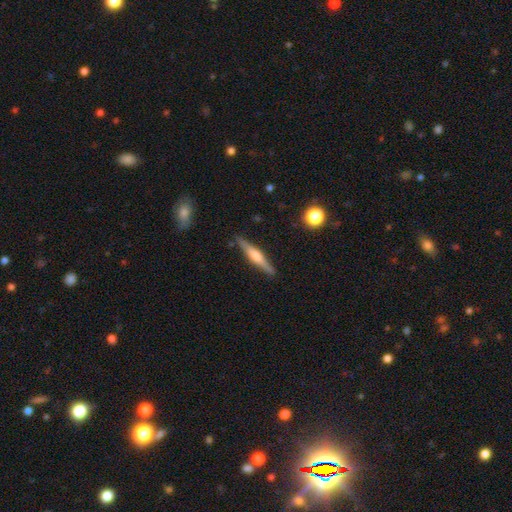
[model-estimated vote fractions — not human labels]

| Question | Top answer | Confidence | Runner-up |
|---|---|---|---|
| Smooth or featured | featured or disk | 61% | smooth (33%) |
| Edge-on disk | yes | 97% | no (3%) |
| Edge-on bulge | rounded | 70% | boxy (21%) |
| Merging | none | 88% | minor disturbance (9%) |